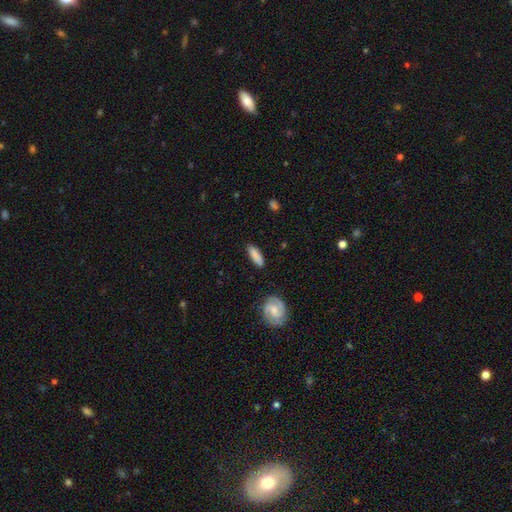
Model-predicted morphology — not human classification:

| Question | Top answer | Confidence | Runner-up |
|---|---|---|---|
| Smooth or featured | smooth | 80% | featured or disk (14%) |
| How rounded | cigar-shaped | 55% | in between (43%) |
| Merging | none | 83% | minor disturbance (12%) |